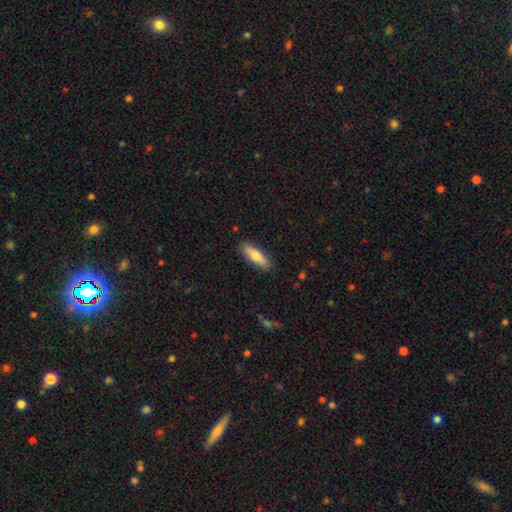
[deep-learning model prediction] smooth 70%, featured or disk 24%, star or artifact 6%. Down the decision tree: how rounded — cigar-shaped (50%); merging — none (88%).